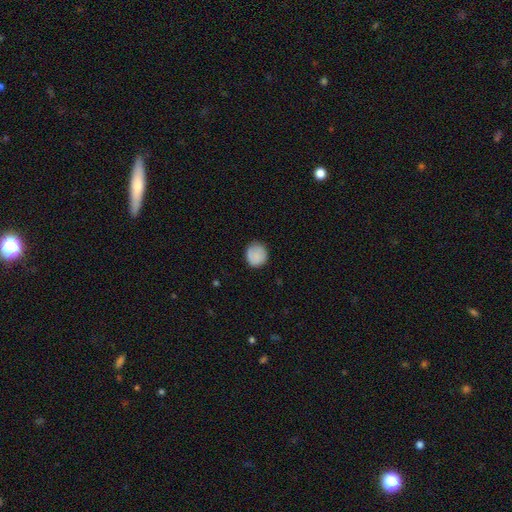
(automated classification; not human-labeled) Smooth or featured?
  - smooth: 84% *
  - featured or disk: 8%
  - star or artifact: 8%
How rounded?
  - round: 88% *
  - in between: 11%
  - cigar-shaped: 1%
Merging?
  - none: 82% *
  - minor disturbance: 14%
  - major disturbance: 3%
  - merger: 1%